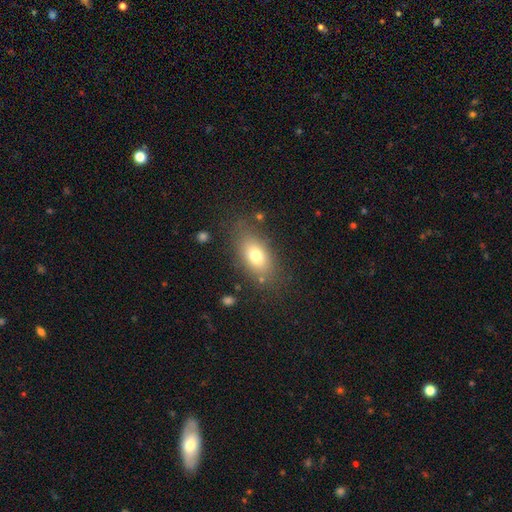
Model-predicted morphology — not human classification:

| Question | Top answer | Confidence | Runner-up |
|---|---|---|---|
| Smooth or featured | smooth | 74% | featured or disk (16%) |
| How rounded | in between | 85% | round (9%) |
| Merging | none | 77% | minor disturbance (14%) |